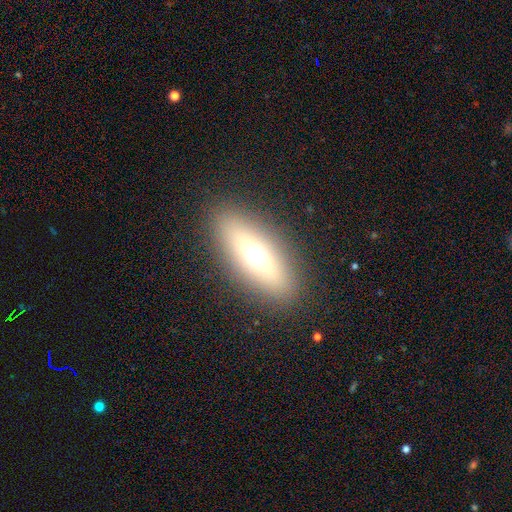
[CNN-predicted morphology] This is possibly a smooth galaxy (55%). How rounded: likely in between (63%). Merging: clearly none (87%).